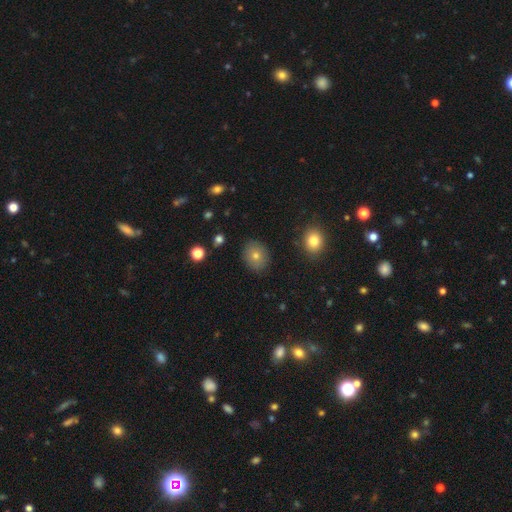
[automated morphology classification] Smooth or featured? Predicted: smooth (p=0.74). How rounded? Predicted: round (p=0.61). Merging? Predicted: none (p=0.88).